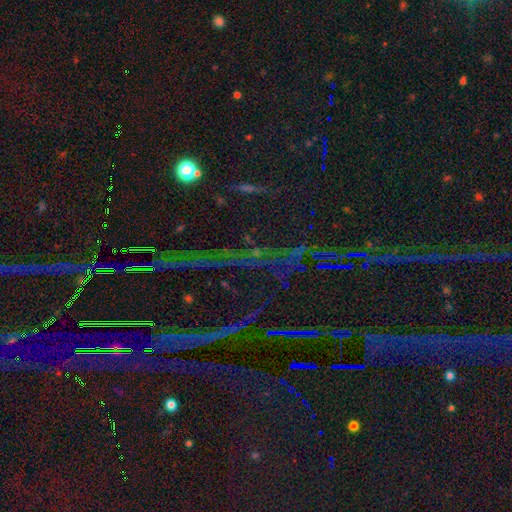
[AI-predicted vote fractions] smooth-or-featured: star or artifact: 84% | smooth: 8% | featured or disk: 8%